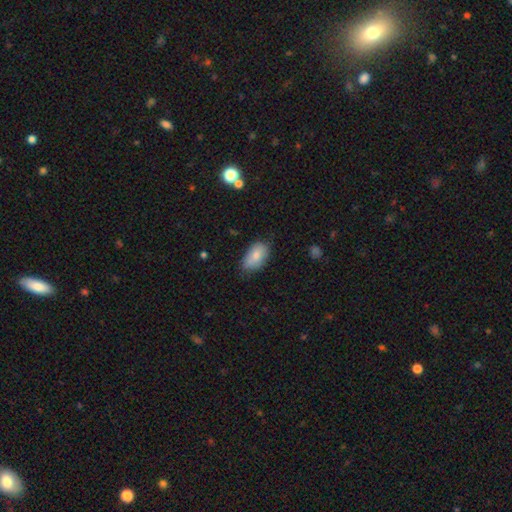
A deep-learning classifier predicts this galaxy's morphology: The model was most divided on "merging": none: 68%, minor disturbance: 26%, major disturbance: 5%, merger: 2%. More confident: how rounded — in between (92%); smooth or featured — smooth (78%).